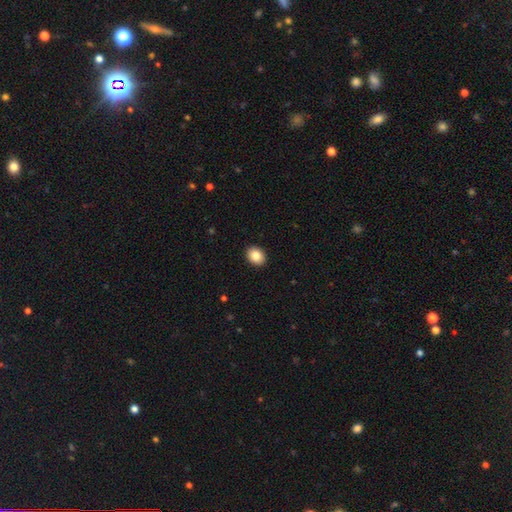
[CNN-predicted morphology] smooth_or_featured: smooth (p=0.86) [alt: star or artifact p=0.08]
how_rounded: in between (p=0.55) [alt: round p=0.44]
merging: none (p=0.92) [alt: minor disturbance p=0.06]